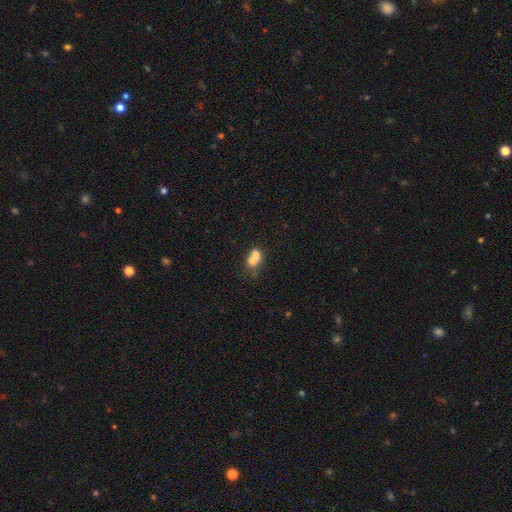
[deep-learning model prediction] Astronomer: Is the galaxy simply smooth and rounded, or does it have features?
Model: smooth — 65%.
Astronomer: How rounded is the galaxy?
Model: round — 49% (runner-up: in between, 48%).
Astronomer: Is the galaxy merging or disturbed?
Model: merger — 64%.